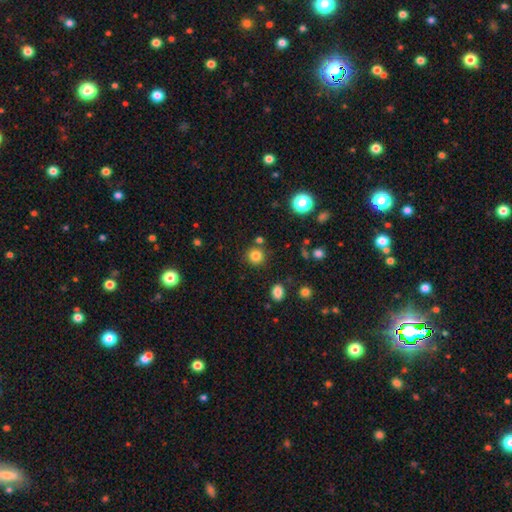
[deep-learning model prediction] Morphology: type=smooth (82%); roundness=round (91%); merging=none (83%).